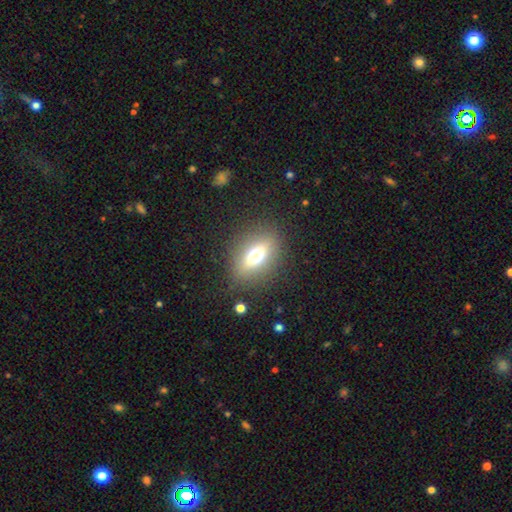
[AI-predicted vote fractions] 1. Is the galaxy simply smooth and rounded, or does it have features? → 62% smooth, 24% featured or disk, 14% star or artifact.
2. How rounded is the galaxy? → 69% in between, 24% round, 8% cigar-shaped.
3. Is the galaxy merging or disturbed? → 83% none, 10% minor disturbance, 6% major disturbance, 2% merger.